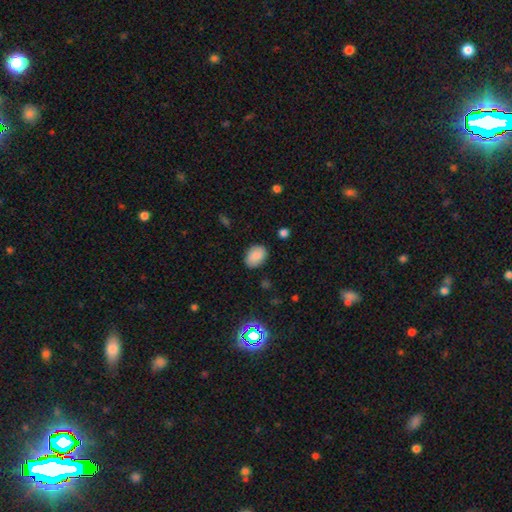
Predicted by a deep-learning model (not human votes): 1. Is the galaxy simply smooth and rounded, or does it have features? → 87% smooth, 8% star or artifact, 5% featured or disk.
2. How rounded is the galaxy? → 79% in between, 20% round, 1% cigar-shaped.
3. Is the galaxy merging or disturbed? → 84% none, 12% minor disturbance, 3% major disturbance, 1% merger.